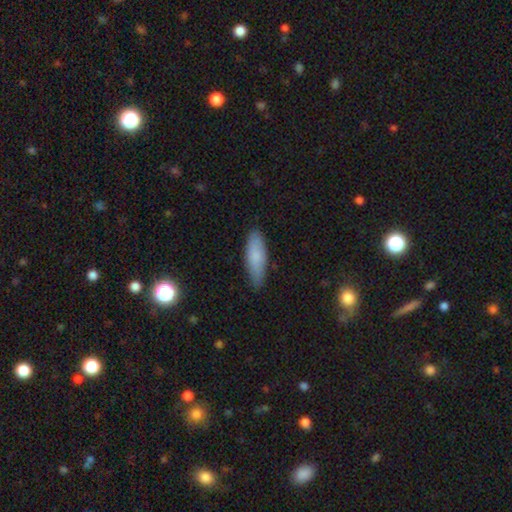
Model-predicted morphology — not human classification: type=smooth (77%); roundness=in between (51%); merging=none (81%).